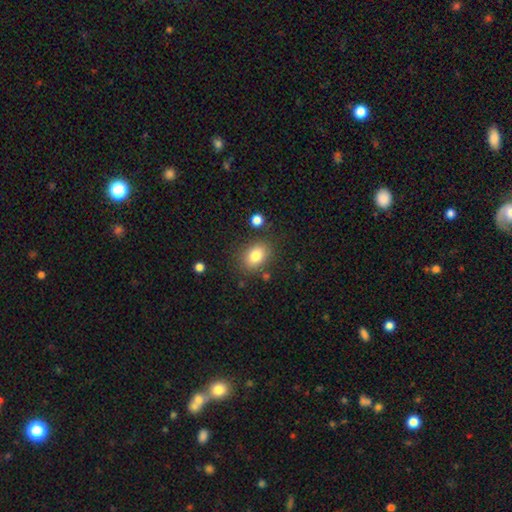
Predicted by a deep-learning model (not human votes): A smooth galaxy with no disk features (82%) that is in between round and cigar-shaped (68%). Merging: none (79%).